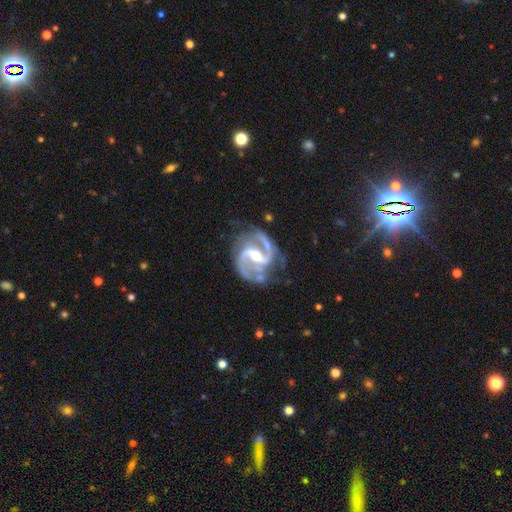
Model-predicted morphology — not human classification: featured or disk 93%, star or artifact 5%, smooth 2%. Down the decision tree: edge-on disk — no (98%); bar — strong (50%); spiral arms — yes (98%); spiral arm count — 2 (89%); spiral winding — medium (64%); bulge size — moderate (57%); merging — none (67%).